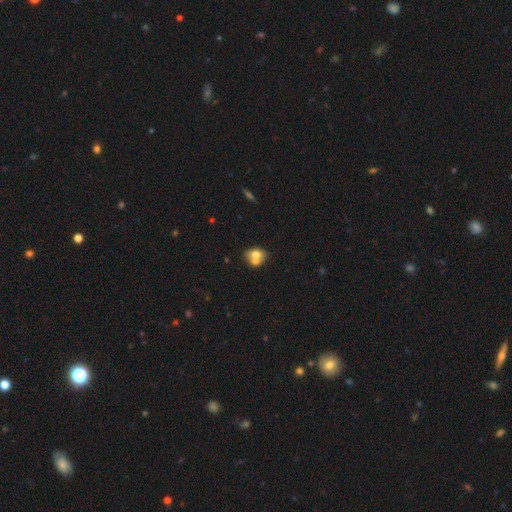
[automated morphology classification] type=smooth (67%); roundness=in between (58%); merging=merger (55%).